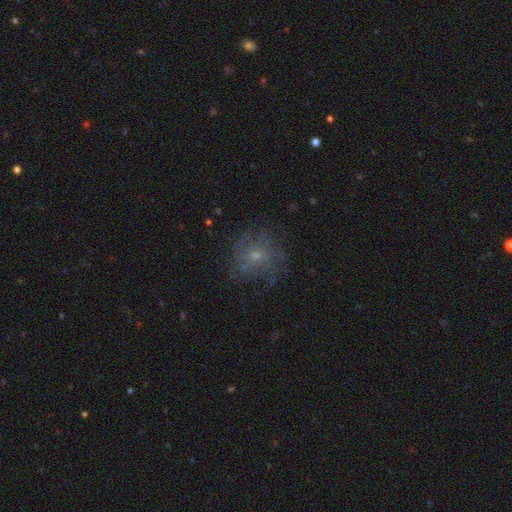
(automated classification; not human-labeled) The model was most divided on "smooth or featured": featured or disk: 46%, smooth: 36%, star or artifact: 18%. More confident: merging — none (68%).